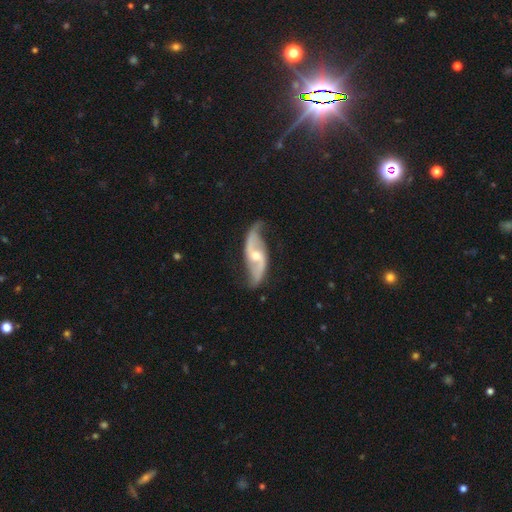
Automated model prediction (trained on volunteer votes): Smooth or featured: featured or disk — 88% (smooth — 7%)
Edge-on disk: no — 93% (yes — 7%)
Bar: no — 42% (weak — 40%)
Spiral arms: yes — 96% (no — 4%)
Spiral winding: loose — 75% (medium — 19%)
Spiral arm count: 2 — 93% (can't tell — 3%)
Bulge size: moderate — 58% (small — 37%)
Merging: none — 70% (minor disturbance — 20%)